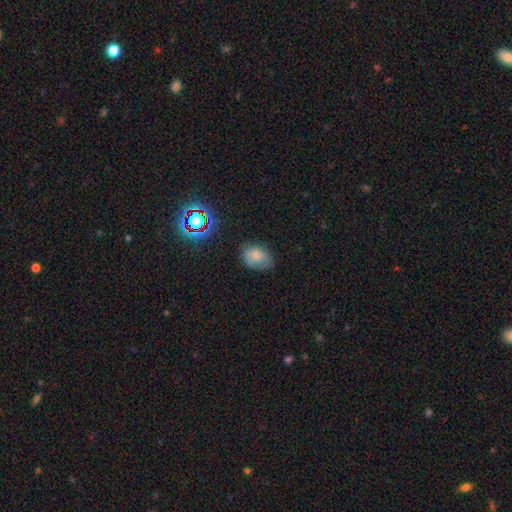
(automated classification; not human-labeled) A smooth galaxy with no disk features (76%) that is in between round and cigar-shaped (75%).

Vote fractions:
- Smooth or featured? smooth: 76% / star or artifact: 13% / featured or disk: 11%
- How rounded? in between: 75% / round: 24% / cigar-shaped: 1%
- Merging? none: 67% / minor disturbance: 25% / major disturbance: 6% / merger: 2%